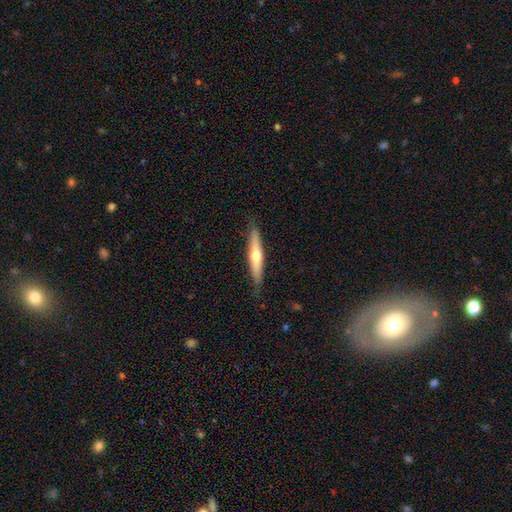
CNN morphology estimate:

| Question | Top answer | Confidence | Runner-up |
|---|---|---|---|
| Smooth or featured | featured or disk | 49% | smooth (46%) |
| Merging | none | 85% | minor disturbance (12%) |